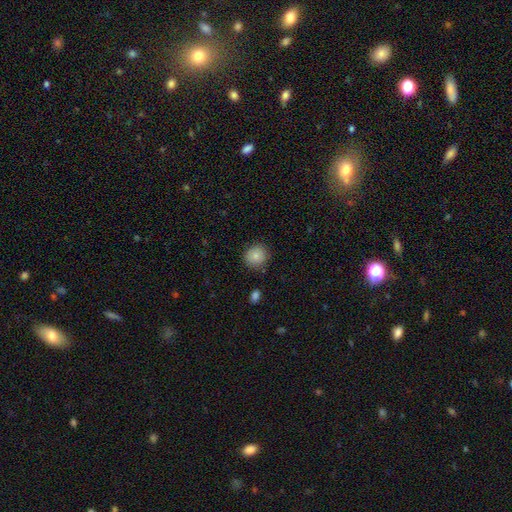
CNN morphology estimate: Smooth or featured?
  - smooth: 85% *
  - star or artifact: 9%
  - featured or disk: 6%
How rounded?
  - round: 87% *
  - in between: 12%
  - cigar-shaped: 1%
Merging?
  - none: 85% *
  - minor disturbance: 11%
  - major disturbance: 3%
  - merger: 2%